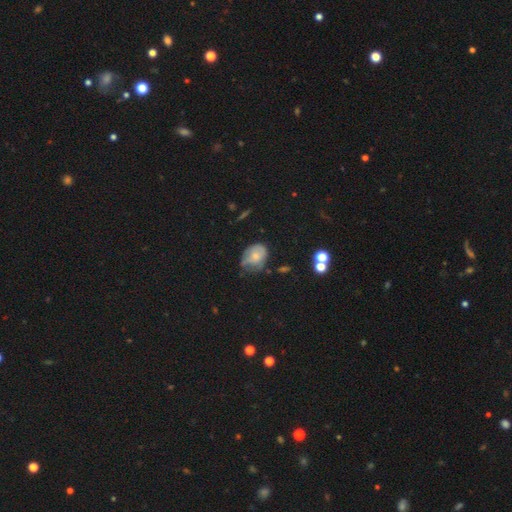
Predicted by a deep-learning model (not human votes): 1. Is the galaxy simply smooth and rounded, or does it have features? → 62% smooth, 29% featured or disk, 10% star or artifact.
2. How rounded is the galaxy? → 61% in between, 38% round, 1% cigar-shaped.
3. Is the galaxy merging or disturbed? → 42% minor disturbance, 37% none, 17% major disturbance, 4% merger.